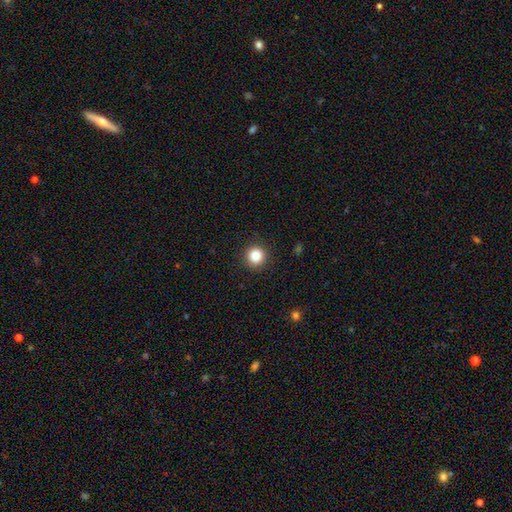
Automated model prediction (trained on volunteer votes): smooth-or-featured: smooth: 85% | star or artifact: 11% | featured or disk: 4%
  how-rounded: round: 94% | in between: 5% | cigar-shaped: 1%
  merging: none: 91% | minor disturbance: 6% | major disturbance: 2% | merger: 1%